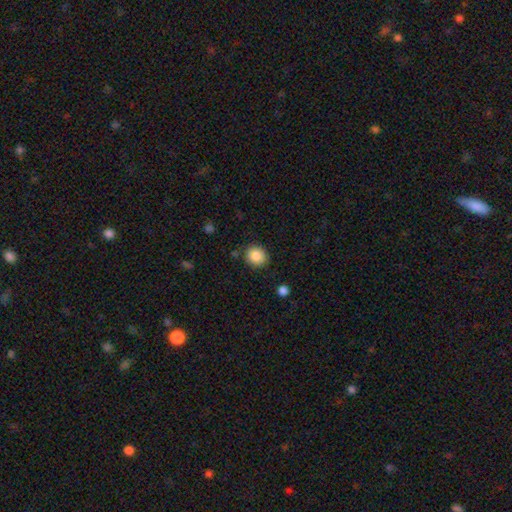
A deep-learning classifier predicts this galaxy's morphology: Smooth or featured: smooth — 87% (star or artifact — 9%)
How rounded: round — 78% (in between — 21%)
Merging: none — 86% (minor disturbance — 9%)